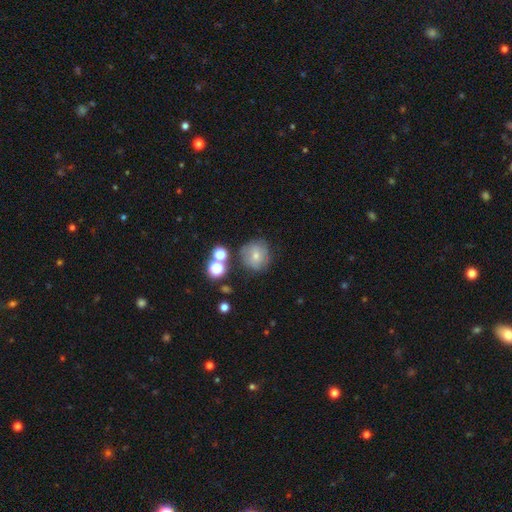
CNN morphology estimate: Smooth or featured?
  - smooth: 64% *
  - featured or disk: 23%
  - star or artifact: 13%
How rounded?
  - round: 90% *
  - in between: 9%
  - cigar-shaped: 1%
Merging?
  - none: 67% *
  - minor disturbance: 16%
  - merger: 11%
  - major disturbance: 6%